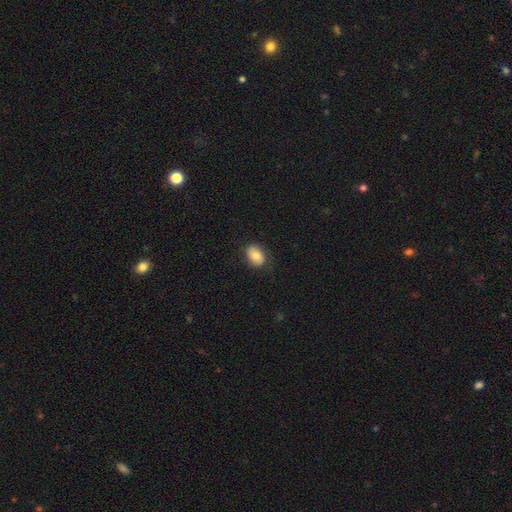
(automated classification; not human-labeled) Q: Smooth or featured?
A: smooth (76%); runner-up: featured or disk (16%)
Q: How rounded?
A: in between (77%); runner-up: round (22%)
Q: Merging?
A: none (78%); runner-up: minor disturbance (17%)